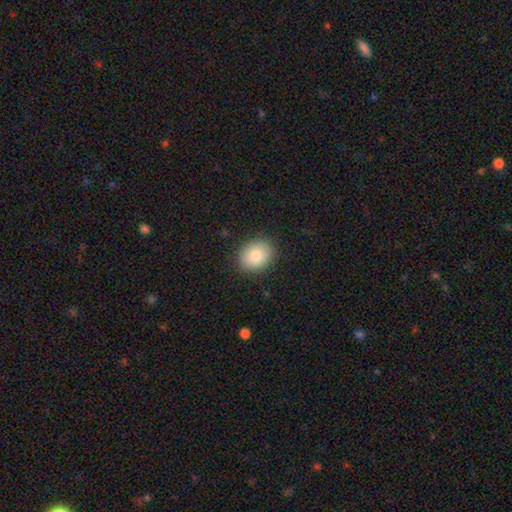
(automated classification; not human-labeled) The model was most divided on "how rounded": round: 52%, in between: 48%, cigar-shaped: 1%. More confident: merging — none (88%); smooth or featured — smooth (83%).